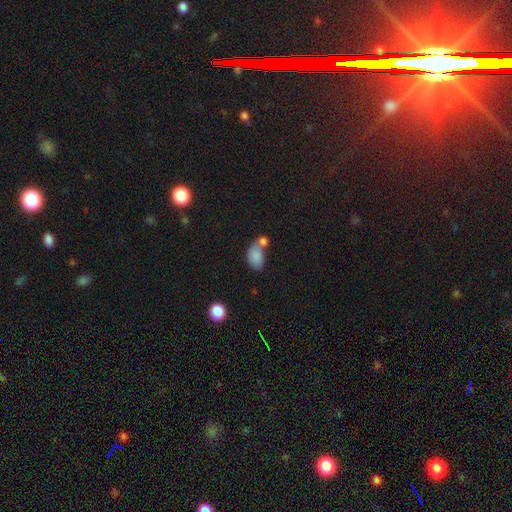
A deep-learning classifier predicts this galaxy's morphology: Q: Smooth or featured?
A: smooth (83%); runner-up: star or artifact (9%)
Q: How rounded?
A: in between (87%); runner-up: round (11%)
Q: Merging?
A: merger (45%); runner-up: none (33%)